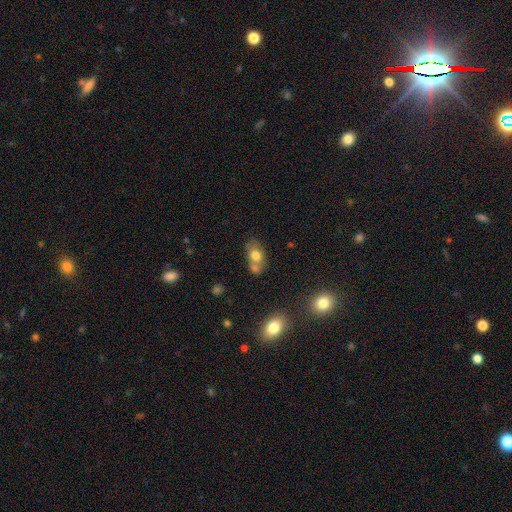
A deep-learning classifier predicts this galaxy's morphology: Smooth or featured? smooth (71%)
How rounded? in between (72%)
Merging? merger (42%)